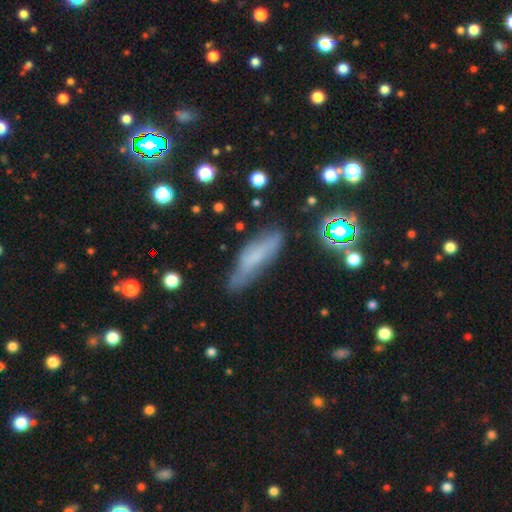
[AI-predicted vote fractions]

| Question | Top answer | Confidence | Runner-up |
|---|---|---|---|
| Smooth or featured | smooth | 60% | featured or disk (27%) |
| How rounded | cigar-shaped | 61% | in between (36%) |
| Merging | none | 66% | minor disturbance (24%) |